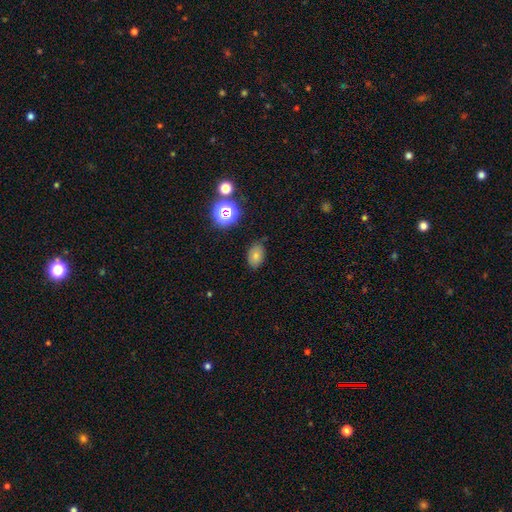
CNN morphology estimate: smooth-or-featured: smooth: 74% | star or artifact: 15% | featured or disk: 11%
  how-rounded: in between: 82% | round: 16% | cigar-shaped: 1%
  merging: none: 77% | minor disturbance: 17% | major disturbance: 4% | merger: 2%